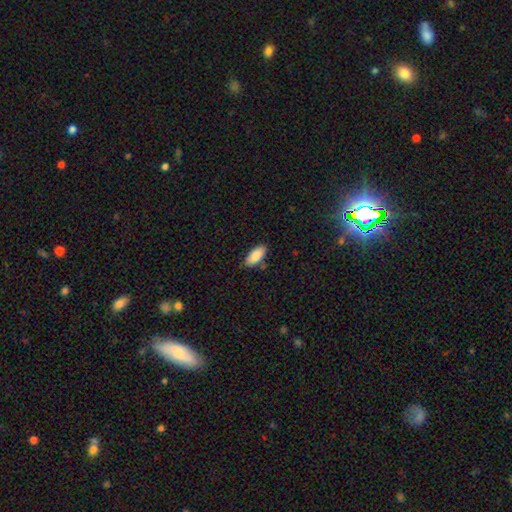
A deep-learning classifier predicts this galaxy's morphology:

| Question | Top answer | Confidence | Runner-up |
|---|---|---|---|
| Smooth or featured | smooth | 87% | featured or disk (7%) |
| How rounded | in between | 90% | cigar-shaped (8%) |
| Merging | none | 80% | minor disturbance (14%) |